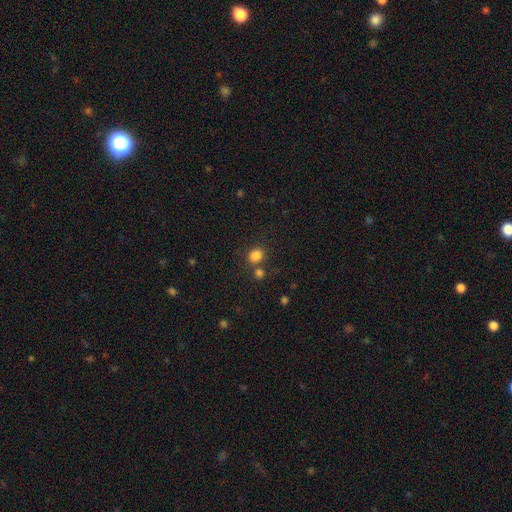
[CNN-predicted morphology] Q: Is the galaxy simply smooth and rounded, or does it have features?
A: smooth — 83%.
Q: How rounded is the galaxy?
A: round — 64%.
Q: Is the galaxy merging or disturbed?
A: none — 70%.